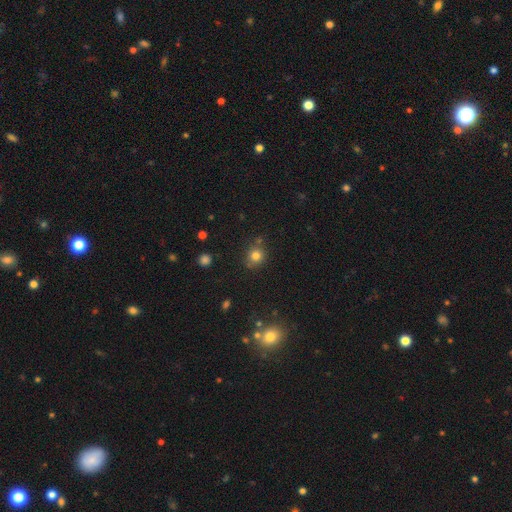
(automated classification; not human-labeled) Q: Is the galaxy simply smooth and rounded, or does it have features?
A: smooth — 79%.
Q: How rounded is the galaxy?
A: round — 86%.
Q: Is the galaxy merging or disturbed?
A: none — 77%.